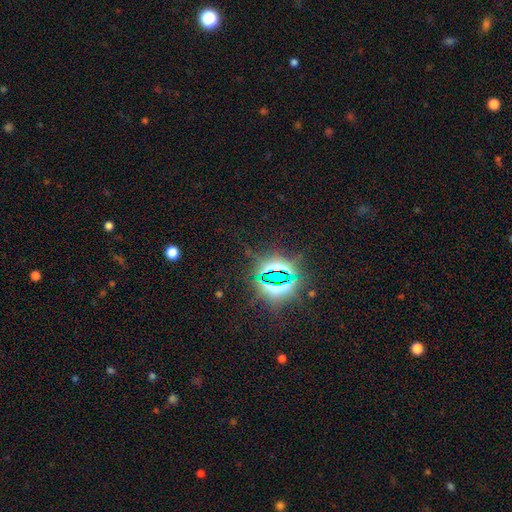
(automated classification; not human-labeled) The model was most divided on "smooth or featured": star or artifact: 85%, smooth: 8%, featured or disk: 7%.